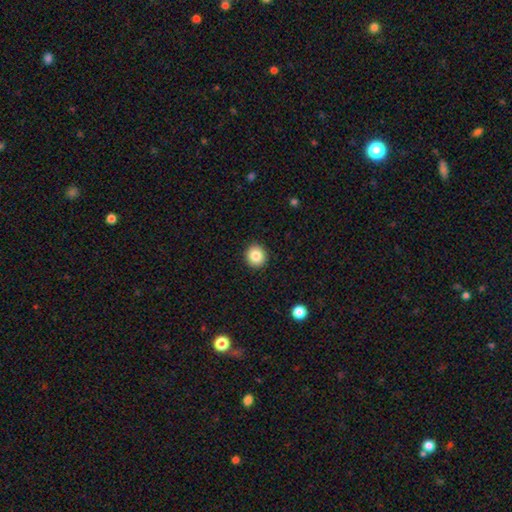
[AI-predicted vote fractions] The model was most divided on "smooth or featured": smooth: 85%, star or artifact: 9%, featured or disk: 6%. More confident: merging — none (92%); how rounded — round (92%).